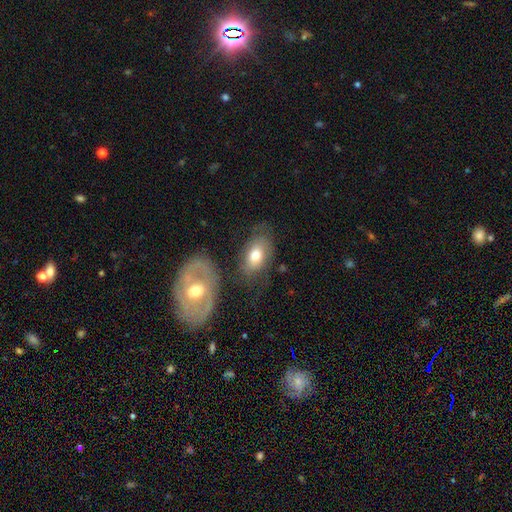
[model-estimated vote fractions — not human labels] Smooth or featured: smooth — 66% (featured or disk — 26%)
How rounded: in between — 87% (round — 11%)
Merging: none — 59% (minor disturbance — 20%)